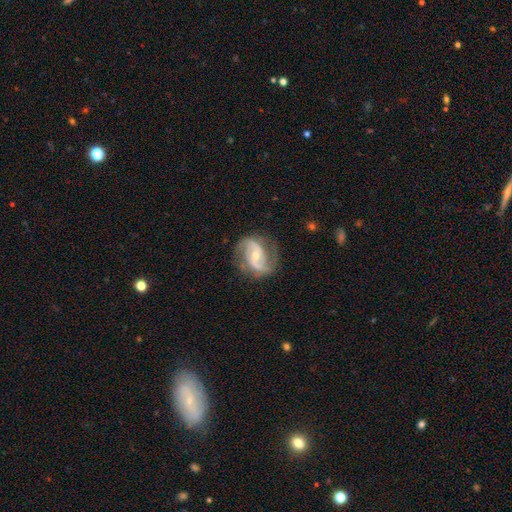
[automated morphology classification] Smooth or featured? Predicted: featured or disk (p=0.87). Edge-on disk? Predicted: no (p=0.97). Bar? Predicted: no (p=0.44). Spiral arms? Predicted: yes (p=0.96). Spiral winding? Predicted: medium (p=0.50). Spiral arm count? Predicted: 2 (p=0.87). Bulge size? Predicted: moderate (p=0.51). Merging? Predicted: none (p=0.73).